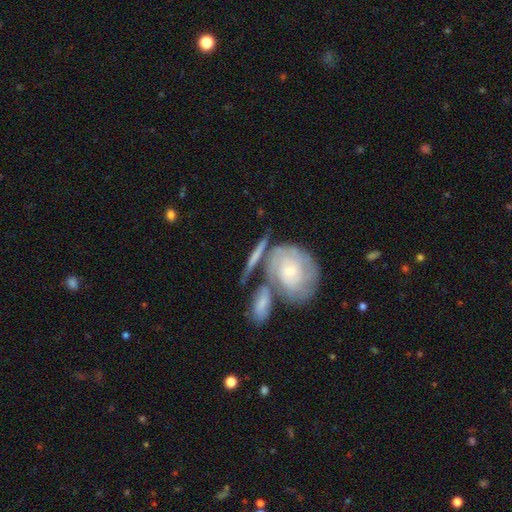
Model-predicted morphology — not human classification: Smooth or featured? featured or disk (56%)
Edge-on disk? no (66%)
Merging? none (50%)